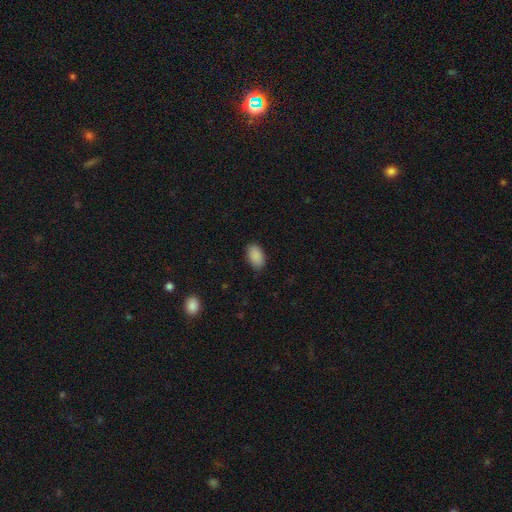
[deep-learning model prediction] smooth-or-featured: smooth: 90% | star or artifact: 7% | featured or disk: 3%
  how-rounded: in between: 93% | round: 6% | cigar-shaped: 1%
  merging: none: 85% | minor disturbance: 11% | major disturbance: 2% | merger: 1%